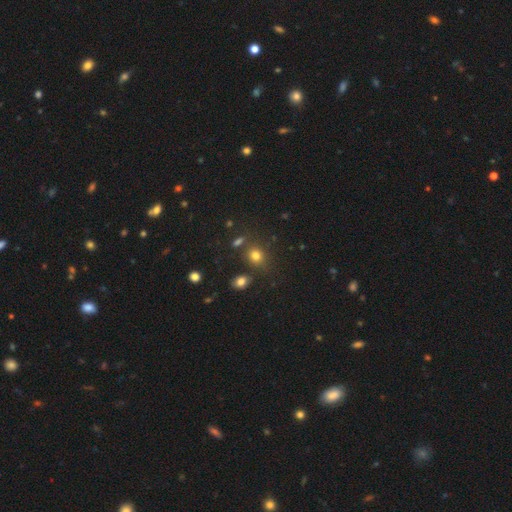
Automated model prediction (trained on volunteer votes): Smooth or featured? Predicted: smooth (p=0.77). How rounded? Predicted: round (p=0.65). Merging? Predicted: none (p=0.73).